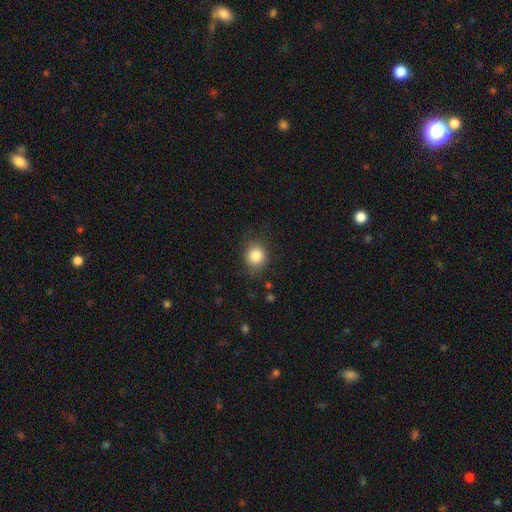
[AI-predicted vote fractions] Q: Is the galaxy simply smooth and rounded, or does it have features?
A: smooth — 85%.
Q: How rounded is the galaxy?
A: round — 76%.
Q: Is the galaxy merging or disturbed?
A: none — 79%.